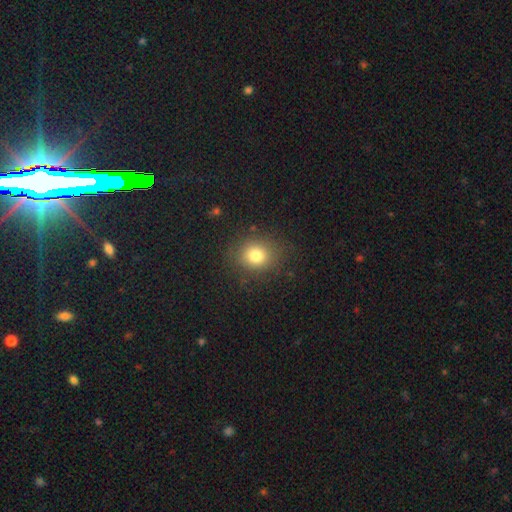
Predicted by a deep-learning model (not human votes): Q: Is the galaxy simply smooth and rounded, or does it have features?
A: smooth — 79%.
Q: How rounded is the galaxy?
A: round — 73%.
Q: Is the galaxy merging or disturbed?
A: none — 84%.